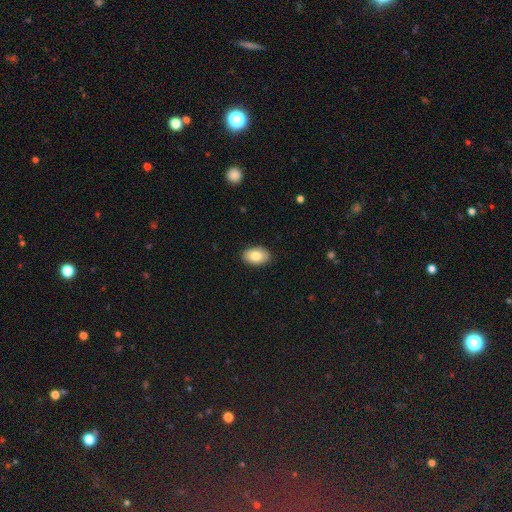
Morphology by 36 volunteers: A smooth galaxy with no disk features (81%) that is in between round and cigar-shaped (100%).

Vote fractions:
- Smooth or featured? smooth: 81% / featured or disk: 17% / star or artifact: 3%
- How rounded? in between: 100% / round: 0% / cigar-shaped: 0%
- Merging? none: 91% / minor disturbance: 9% / major disturbance: 0% / merger: 0%